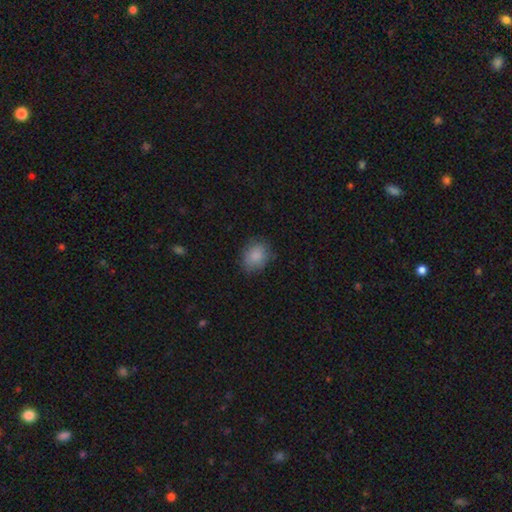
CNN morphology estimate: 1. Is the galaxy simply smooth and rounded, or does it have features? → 85% smooth, 8% star or artifact, 7% featured or disk.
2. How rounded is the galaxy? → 54% round, 45% in between, 1% cigar-shaped.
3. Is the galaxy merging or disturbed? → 78% none, 17% minor disturbance, 5% major disturbance, 1% merger.